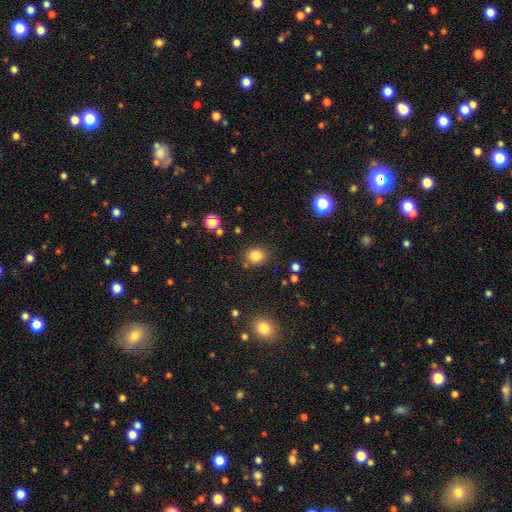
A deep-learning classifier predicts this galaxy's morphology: Q: Smooth or featured?
A: smooth (82%); runner-up: star or artifact (12%)
Q: How rounded?
A: round (76%); runner-up: in between (23%)
Q: Merging?
A: none (81%); runner-up: minor disturbance (11%)